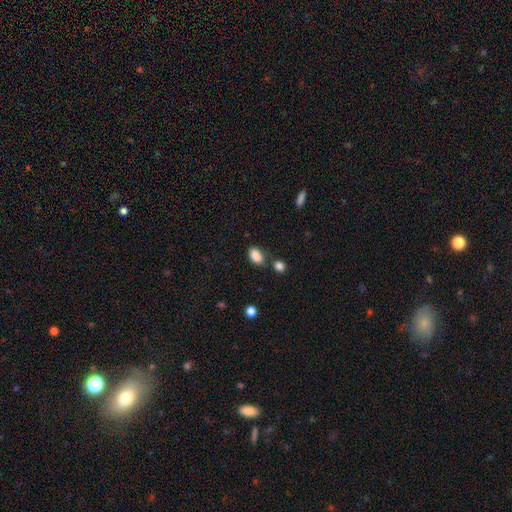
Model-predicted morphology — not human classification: Smooth or featured? Predicted: smooth (p=0.87). How rounded? Predicted: in between (p=0.89). Merging? Predicted: none (p=0.65).